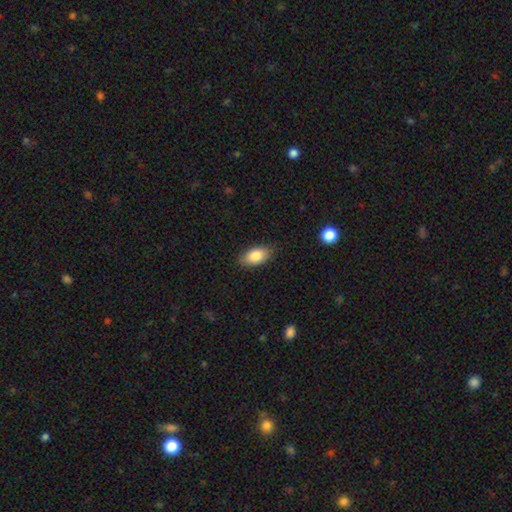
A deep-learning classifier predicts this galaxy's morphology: type=smooth (85%); roundness=in between (92%); merging=none (85%).